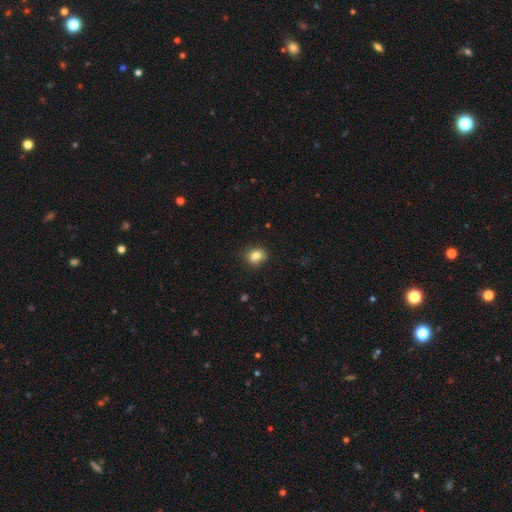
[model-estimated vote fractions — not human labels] smooth-or-featured: smooth: 82% | star or artifact: 10% | featured or disk: 7%
  how-rounded: round: 50% | in between: 49% | cigar-shaped: 1%
  merging: none: 68% | minor disturbance: 23% | major disturbance: 5% | merger: 4%